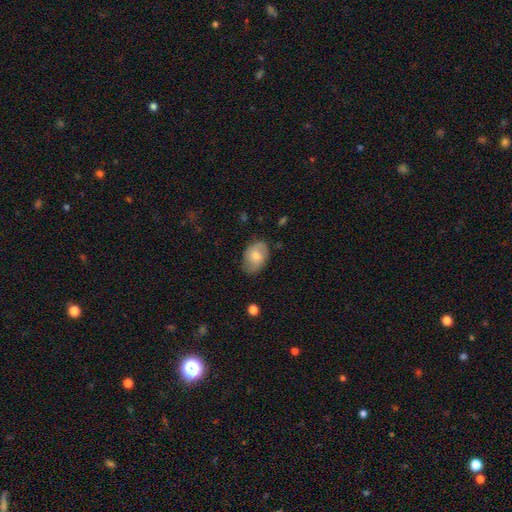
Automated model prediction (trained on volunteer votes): Overall: smooth (61%; featured or disk 32%). How rounded: in between (84%). Merging: none (72%).